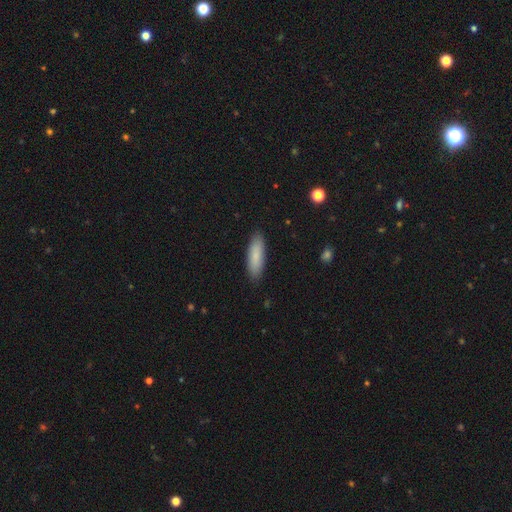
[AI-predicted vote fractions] Smooth or featured? Predicted: smooth (p=0.85). How rounded? Predicted: cigar-shaped (p=0.53). Merging? Predicted: none (p=0.88).